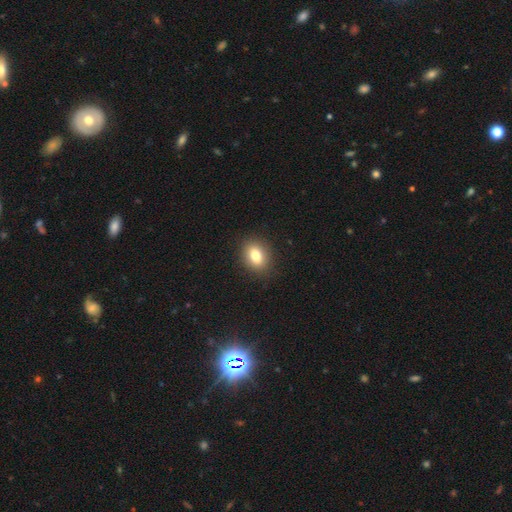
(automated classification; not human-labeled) smooth-or-featured: smooth: 81% | star or artifact: 10% | featured or disk: 10%
  how-rounded: in between: 60% | round: 38% | cigar-shaped: 1%
  merging: none: 89% | minor disturbance: 8% | major disturbance: 2% | merger: 1%